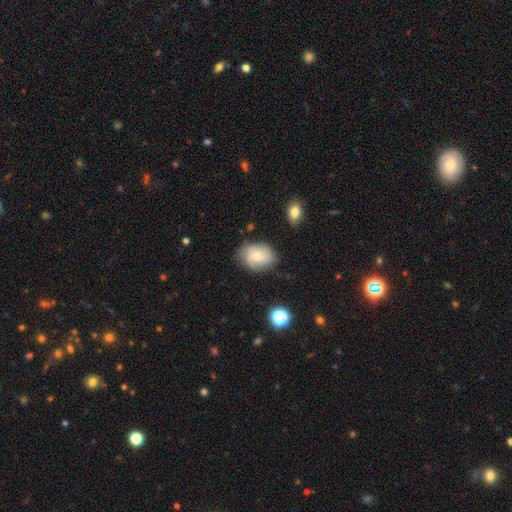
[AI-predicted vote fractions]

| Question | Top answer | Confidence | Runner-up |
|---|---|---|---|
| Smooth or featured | smooth | 47% | featured or disk (45%) |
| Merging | none | 68% | minor disturbance (24%) |